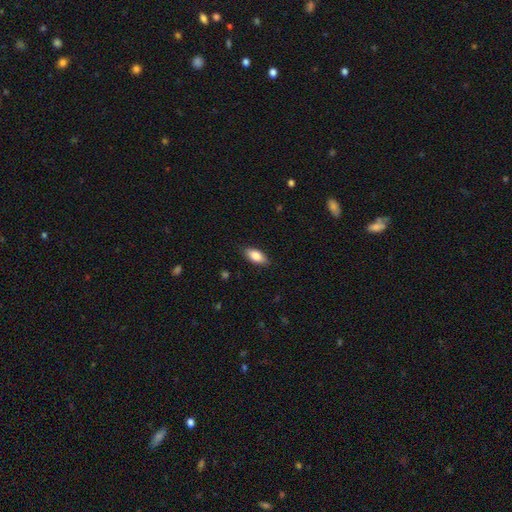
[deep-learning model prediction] This appears to be a smooth galaxy with no disk features (83%) that is in between round and cigar-shaped (87%). Merging: none (86%).